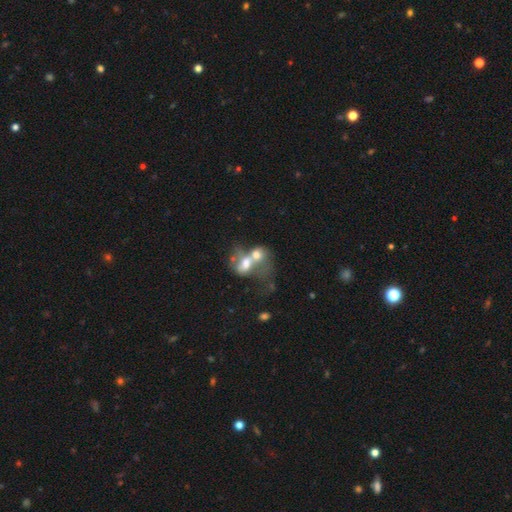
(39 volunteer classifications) Smooth or featured? smooth (59%)
How rounded? in between (61%)
Merging? merger (74%)